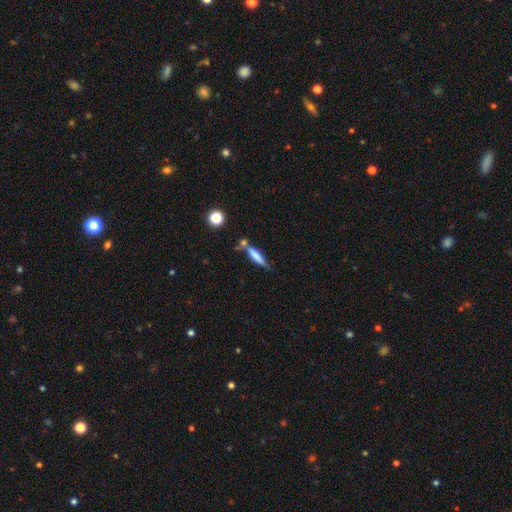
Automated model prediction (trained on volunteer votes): Smooth or featured?
  - smooth: 66% *
  - featured or disk: 26%
  - star or artifact: 8%
How rounded?
  - cigar-shaped: 81% *
  - in between: 17%
  - round: 2%
Merging?
  - none: 54% *
  - merger: 23%
  - minor disturbance: 17%
  - major disturbance: 6%